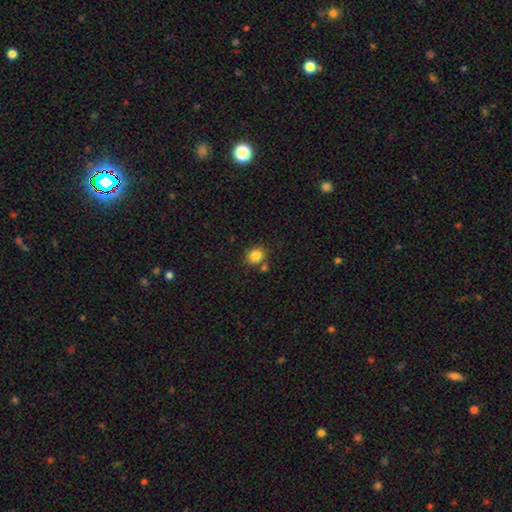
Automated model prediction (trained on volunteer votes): smooth_or_featured: smooth (p=0.84) [alt: star or artifact p=0.11]
how_rounded: round (p=0.73) [alt: in between p=0.26]
merging: none (p=0.76) [alt: minor disturbance p=0.11]